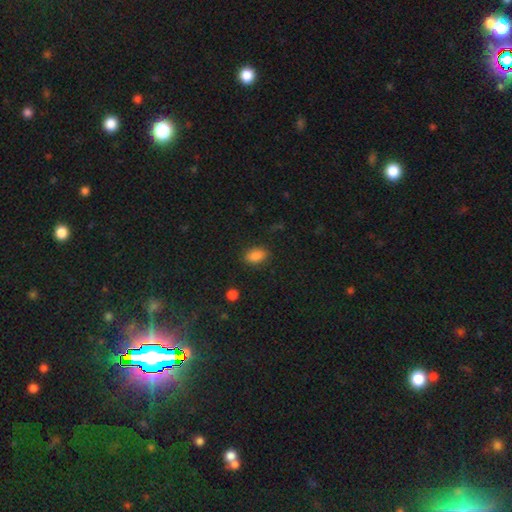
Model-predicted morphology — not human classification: Smooth or featured? Predicted: smooth (p=0.87). How rounded? Predicted: in between (p=0.88). Merging? Predicted: none (p=0.85).